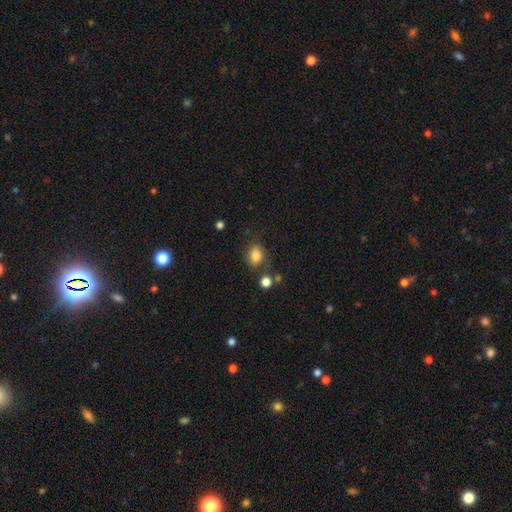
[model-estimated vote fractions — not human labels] smooth 82%, star or artifact 11%, featured or disk 7%. Down the decision tree: how rounded — round (53%); merging — none (70%).